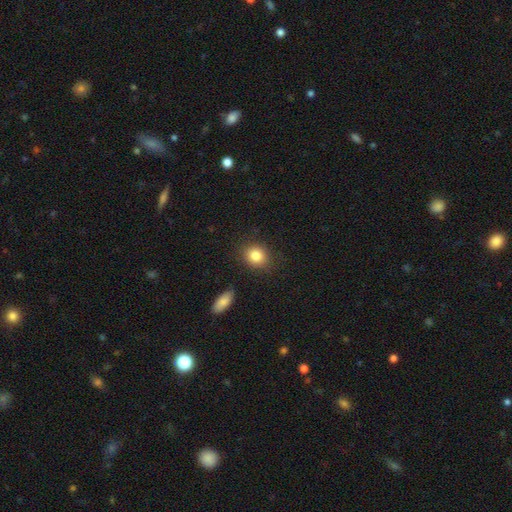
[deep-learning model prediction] A smooth galaxy with no disk features (84%) that is round (71%).

Vote fractions:
- Smooth or featured? smooth: 84% / star or artifact: 9% / featured or disk: 7%
- How rounded? round: 71% / in between: 28% / cigar-shaped: 1%
- Merging? none: 85% / minor disturbance: 9% / major disturbance: 3% / merger: 3%